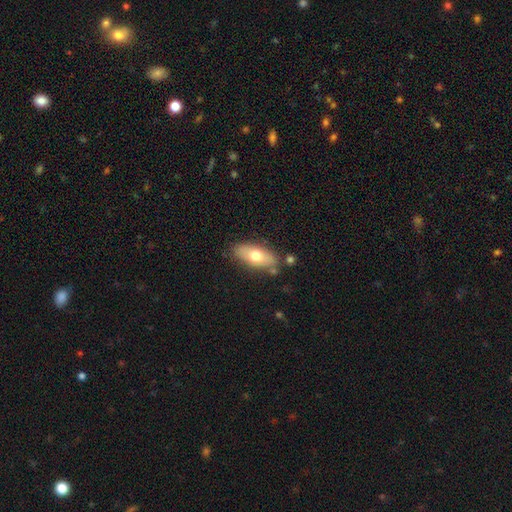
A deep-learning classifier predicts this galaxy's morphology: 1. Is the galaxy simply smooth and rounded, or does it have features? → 66% smooth, 28% featured or disk, 7% star or artifact.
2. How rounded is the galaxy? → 81% in between, 15% cigar-shaped, 4% round.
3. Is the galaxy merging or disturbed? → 79% none, 13% minor disturbance, 5% merger, 3% major disturbance.